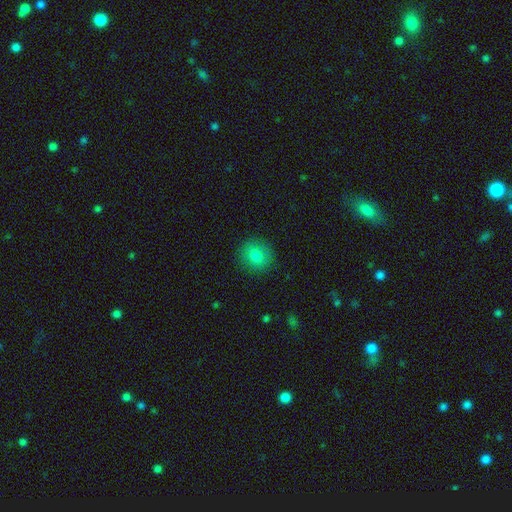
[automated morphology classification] Smooth or featured? smooth (81%)
How rounded? round (85%)
Merging? none (89%)